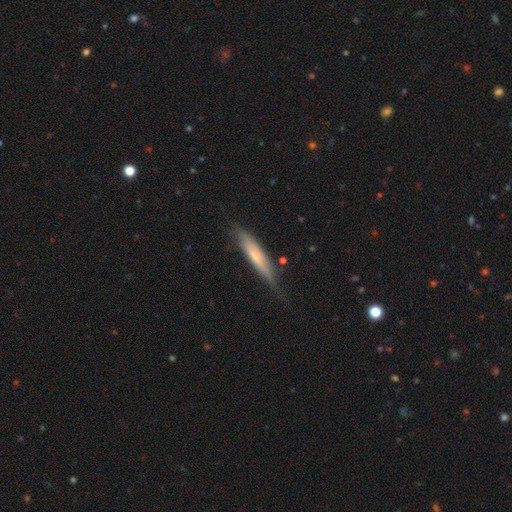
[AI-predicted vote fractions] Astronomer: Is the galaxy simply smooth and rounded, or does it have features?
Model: smooth — 53% (runner-up: featured or disk, 41%).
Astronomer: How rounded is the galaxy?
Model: cigar-shaped — 88%.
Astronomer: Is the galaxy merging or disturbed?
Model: none — 72%.